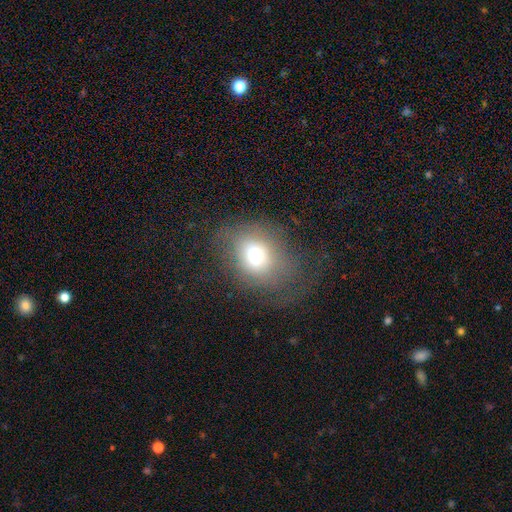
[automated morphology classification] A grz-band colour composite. It shows a smooth galaxy with no disk features (67%) that is round (56%). Merging: none (54%).